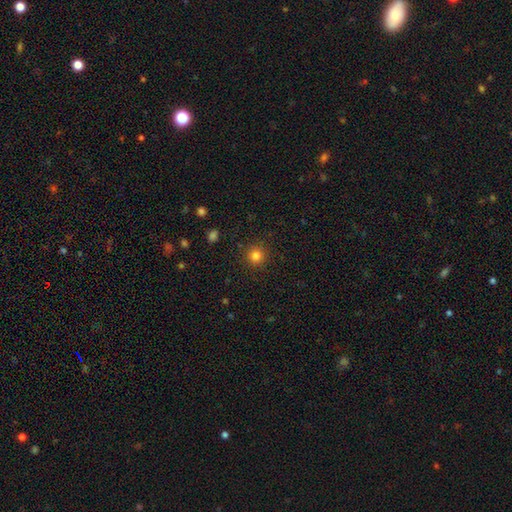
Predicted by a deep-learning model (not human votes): A smooth galaxy with no disk features (83%) that is round (93%). Merging: none (90%).